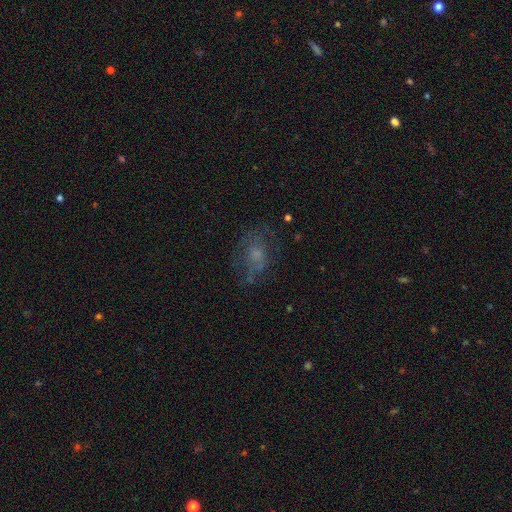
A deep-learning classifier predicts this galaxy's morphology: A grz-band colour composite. It shows a smooth galaxy with no disk features (42%). Merging: none (54%).